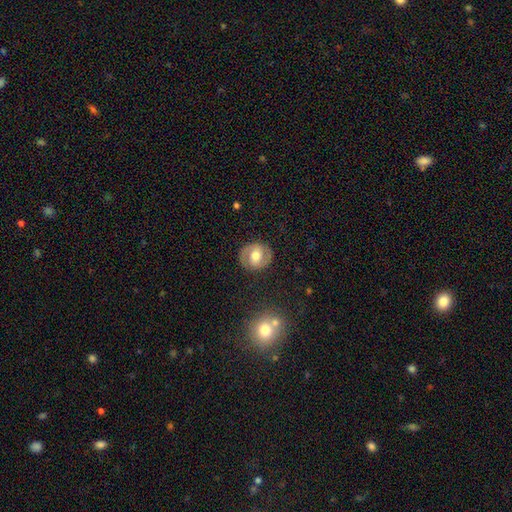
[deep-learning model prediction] A featured or disk galaxy (63%) with a weak bar (43%), spiral arms (76%) and a moderate central bulge (69%). Merging: none (86%).